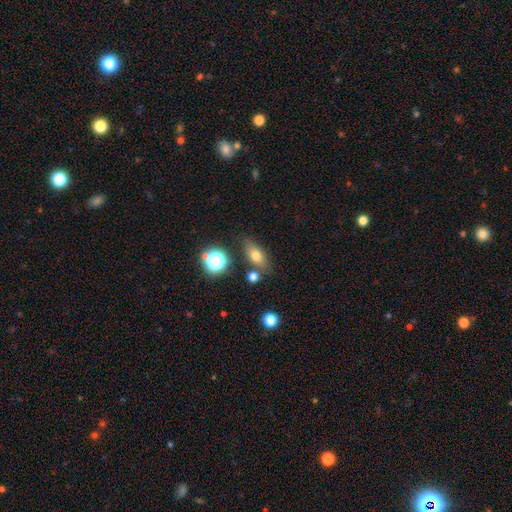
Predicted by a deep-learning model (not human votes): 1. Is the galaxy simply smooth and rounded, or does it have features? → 69% smooth, 17% featured or disk, 14% star or artifact.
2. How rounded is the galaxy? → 70% in between, 16% round, 14% cigar-shaped.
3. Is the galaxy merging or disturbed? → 72% none, 14% minor disturbance, 9% merger, 4% major disturbance.